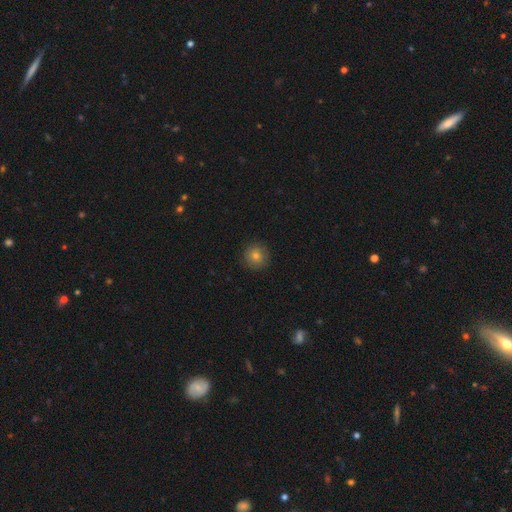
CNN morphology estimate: Smooth or featured: smooth — 76% (star or artifact — 13%)
How rounded: round — 95% (in between — 4%)
Merging: none — 90% (minor disturbance — 7%)